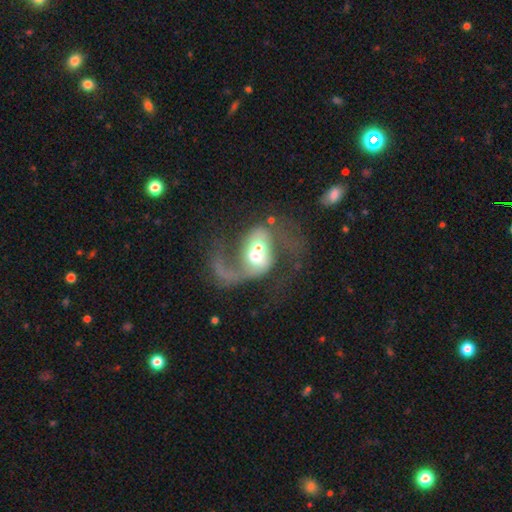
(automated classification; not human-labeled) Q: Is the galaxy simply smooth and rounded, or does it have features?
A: featured or disk — 66%.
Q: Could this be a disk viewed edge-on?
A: no — 97%.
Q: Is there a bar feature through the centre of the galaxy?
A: no — 70%.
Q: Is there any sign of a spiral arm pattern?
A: yes — 70%.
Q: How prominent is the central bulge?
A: moderate — 58%.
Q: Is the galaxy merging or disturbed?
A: merger — 63%.